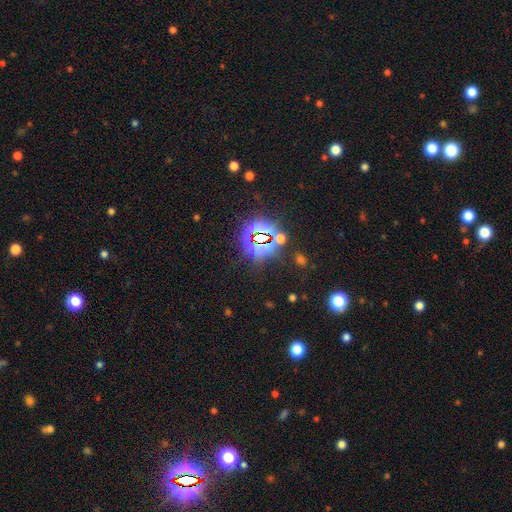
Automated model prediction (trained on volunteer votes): Smooth or featured?
  - star or artifact: 81% *
  - smooth: 12%
  - featured or disk: 7%